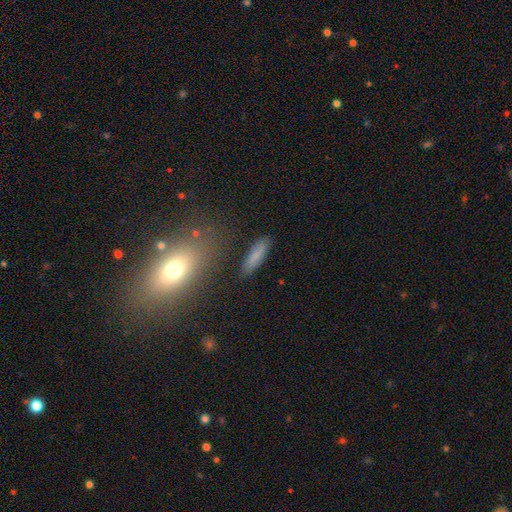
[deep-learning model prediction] Overall: smooth (76%). How rounded: cigar-shaped (65%; in between 32%). Merging: none (81%).